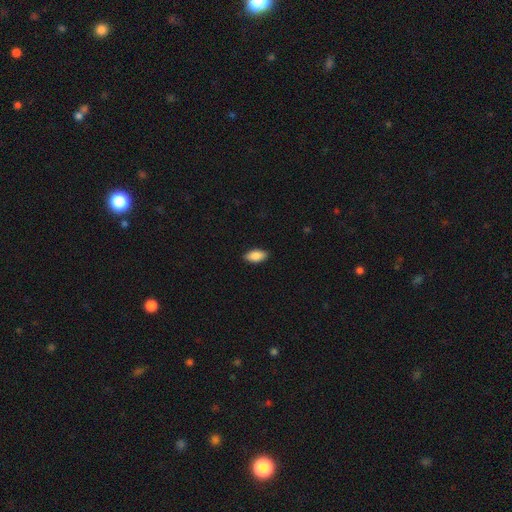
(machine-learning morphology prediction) Smooth or featured? Predicted: smooth (p=0.88). How rounded? Predicted: in between (p=0.93). Merging? Predicted: none (p=0.88).